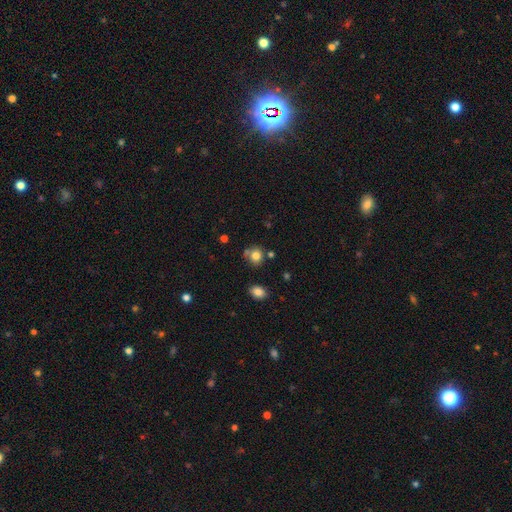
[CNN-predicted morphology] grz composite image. It shows a smooth galaxy with no disk features (80%) that is round (78%). Merging: none (68%).